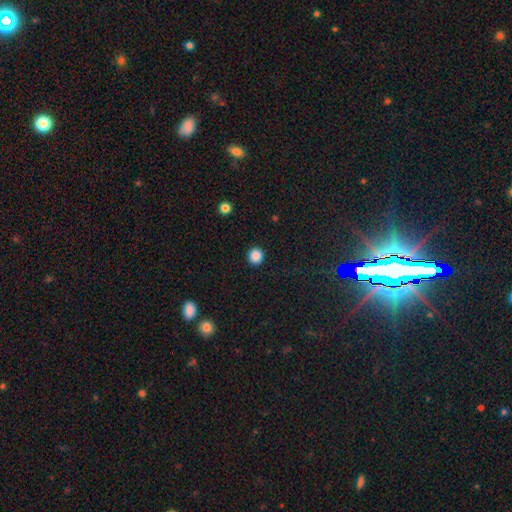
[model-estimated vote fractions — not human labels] Overall: smooth (87%). How rounded: round (93%). Merging: none (92%).